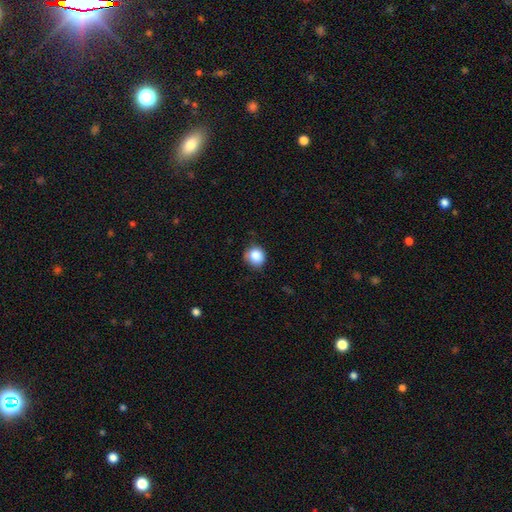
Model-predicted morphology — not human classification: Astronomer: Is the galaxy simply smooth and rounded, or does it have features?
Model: smooth — 86%.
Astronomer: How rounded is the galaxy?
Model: round — 84%.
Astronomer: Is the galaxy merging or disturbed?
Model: none — 74%.